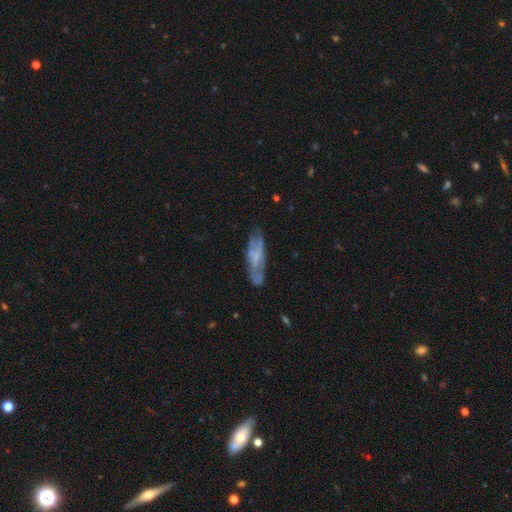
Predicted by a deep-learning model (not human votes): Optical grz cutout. It shows a featured or disk galaxy (55%). Merging: none (64%).